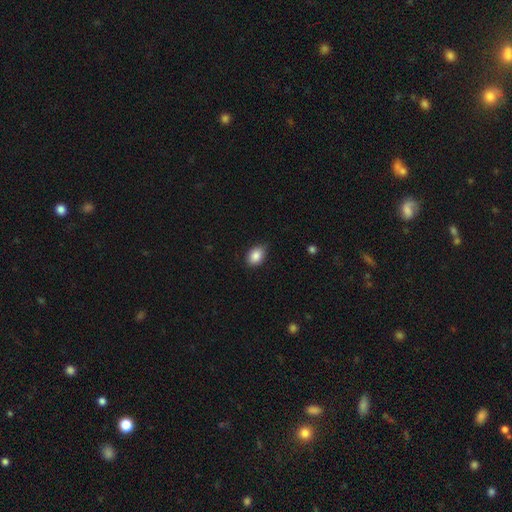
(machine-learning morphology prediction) type=smooth (87%); roundness=in between (79%); merging=none (78%).